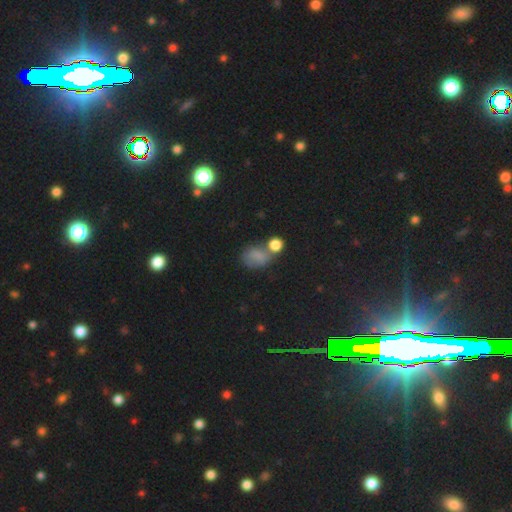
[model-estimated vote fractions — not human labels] Smooth or featured? Predicted: smooth (p=0.70). How rounded? Predicted: in between (p=0.58). Merging? Predicted: merger (p=0.35).